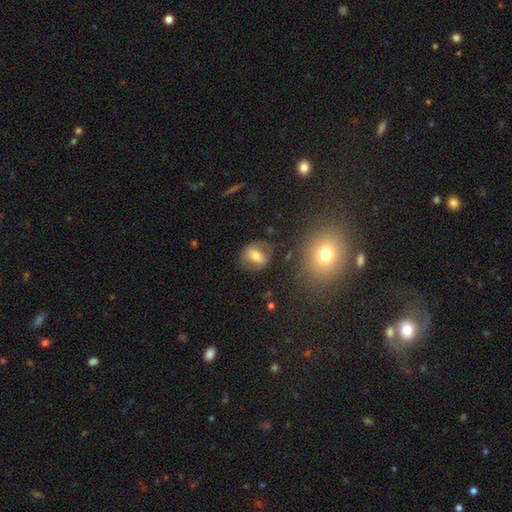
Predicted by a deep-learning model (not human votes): Smooth or featured? smooth (51%)
How rounded? round (52%)
Merging? none (74%)